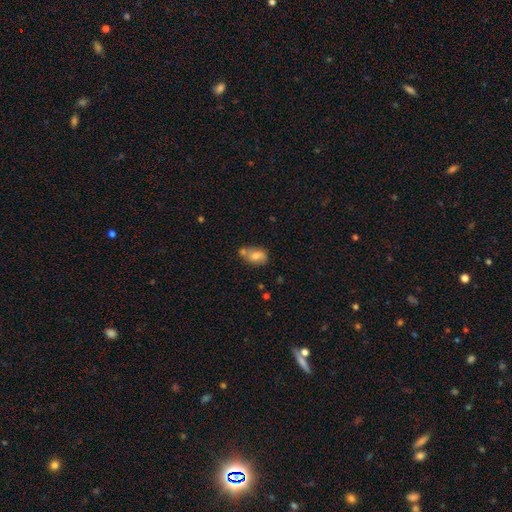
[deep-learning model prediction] Smooth or featured? Predicted: smooth (p=0.69). How rounded? Predicted: in between (p=0.83). Merging? Predicted: none (p=0.47).